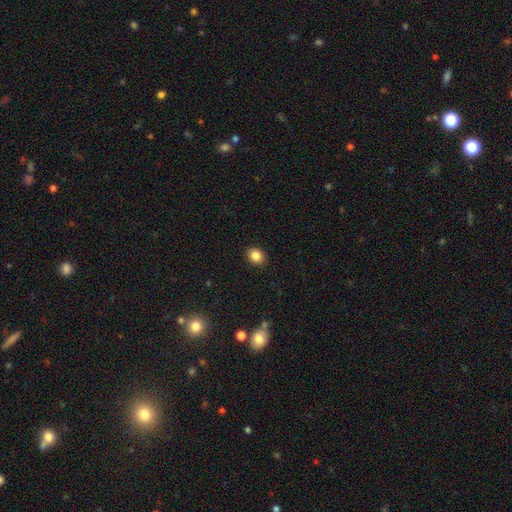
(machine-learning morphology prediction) Smooth or featured? smooth (85%)
How rounded? round (56%)
Merging? none (90%)